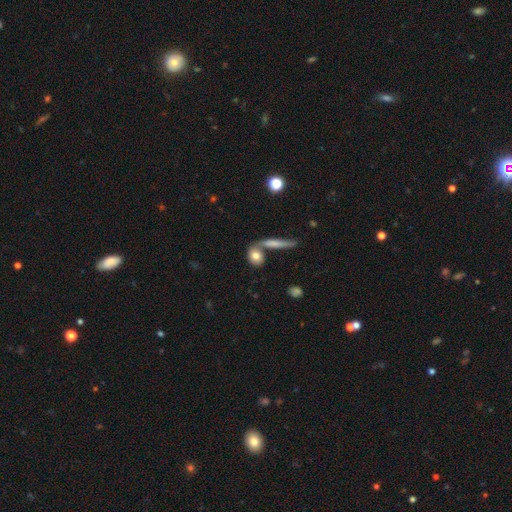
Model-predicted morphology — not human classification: smooth-or-featured: smooth: 75% | featured or disk: 17% | star or artifact: 8%
  how-rounded: in between: 44% | round: 43% | cigar-shaped: 13%
  merging: none: 50% | merger: 31% | minor disturbance: 12% | major disturbance: 6%